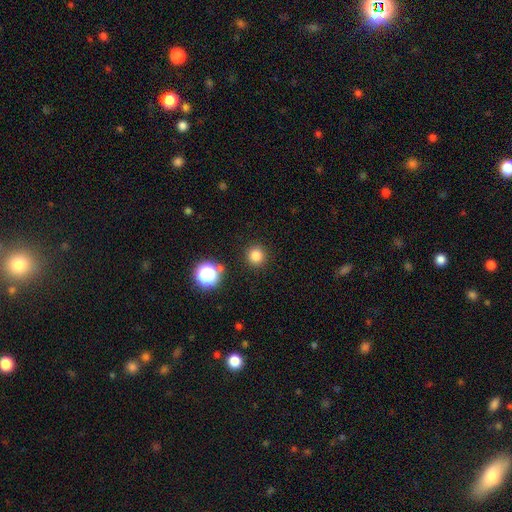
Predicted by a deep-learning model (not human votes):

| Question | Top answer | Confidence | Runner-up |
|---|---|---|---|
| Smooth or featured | smooth | 81% | star or artifact (14%) |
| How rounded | round | 95% | in between (4%) |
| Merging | none | 90% | minor disturbance (5%) |